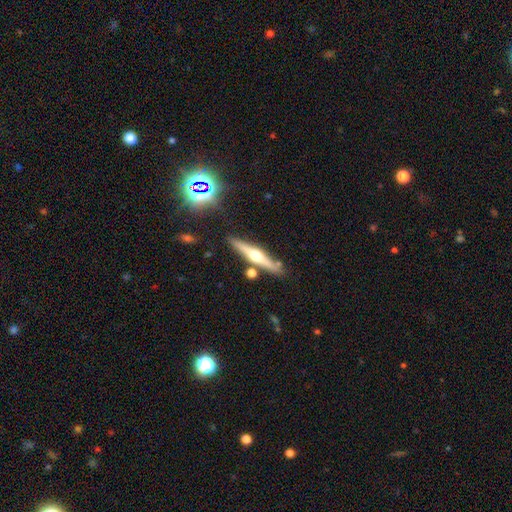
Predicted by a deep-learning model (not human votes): A featured or disk galaxy (69%) viewed edge-on (97%) with a rounded central bulge (93%). Merging: none (83%).